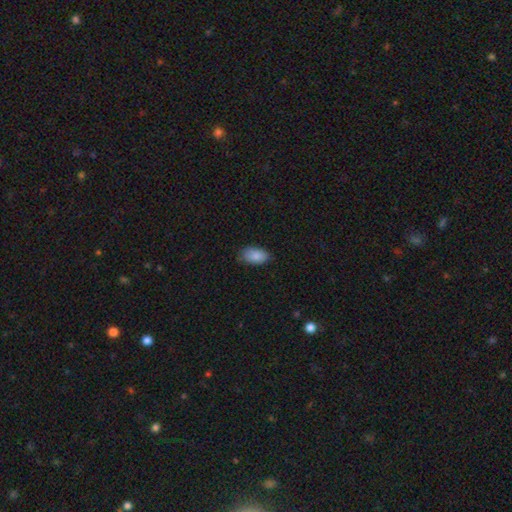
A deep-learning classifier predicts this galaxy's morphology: A smooth galaxy with no disk features (86%) that is in between round and cigar-shaped (93%). Merging: none (78%).